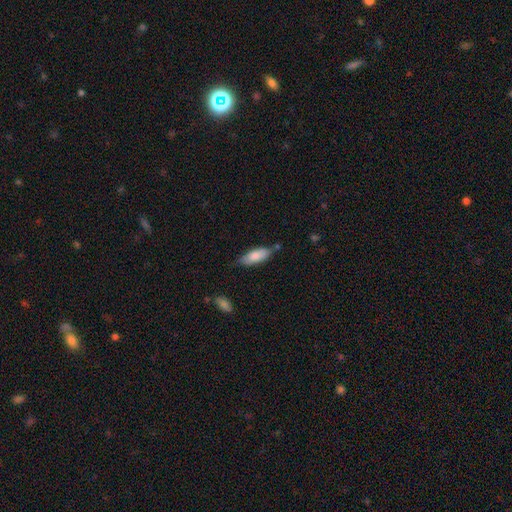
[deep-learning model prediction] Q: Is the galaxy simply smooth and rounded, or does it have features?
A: smooth — 81%.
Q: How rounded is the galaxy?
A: in between — 67%.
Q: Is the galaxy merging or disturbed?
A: none — 63%.